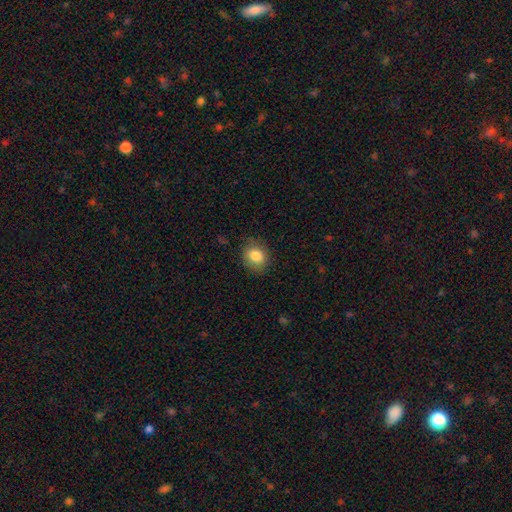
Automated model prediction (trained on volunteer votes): Smooth or featured? Predicted: smooth (p=0.84). How rounded? Predicted: round (p=0.65). Merging? Predicted: none (p=0.82).